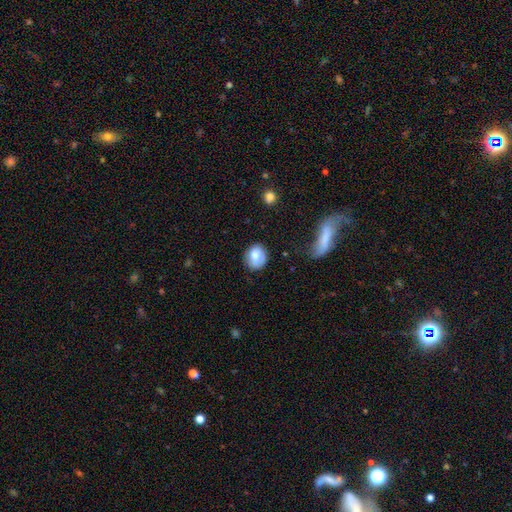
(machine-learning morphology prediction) smooth_or_featured: smooth (p=0.75) [alt: featured or disk p=0.18]
how_rounded: round (p=0.58) [alt: in between p=0.41]
merging: none (p=0.67) [alt: minor disturbance p=0.24]